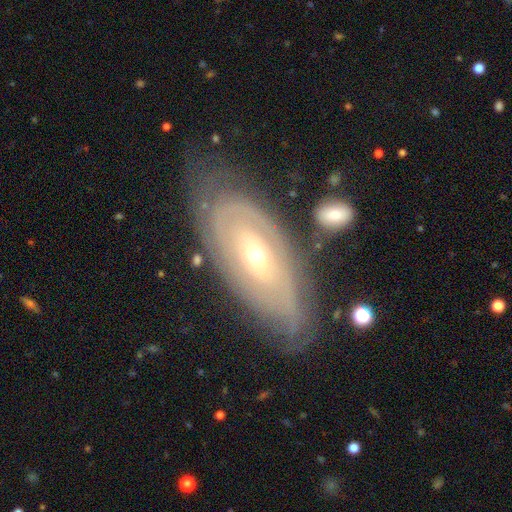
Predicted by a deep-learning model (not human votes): Q: Smooth or featured?
A: featured or disk (81%); runner-up: smooth (13%)
Q: Edge-on disk?
A: no (89%); runner-up: yes (11%)
Q: Bar?
A: no (67%); runner-up: weak (24%)
Q: Spiral arms?
A: yes (80%); runner-up: no (20%)
Q: Spiral winding?
A: tight (78%); runner-up: medium (16%)
Q: Spiral arm count?
A: can't tell (59%); runner-up: 2 (21%)
Q: Bulge size?
A: moderate (51%); runner-up: small (46%)
Q: Merging?
A: none (69%); runner-up: minor disturbance (19%)